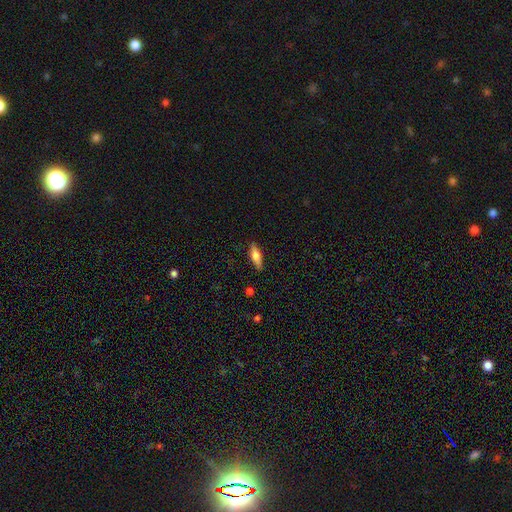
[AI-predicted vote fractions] Smooth or featured? smooth (65%)
How rounded? in between (50%)
Merging? none (85%)